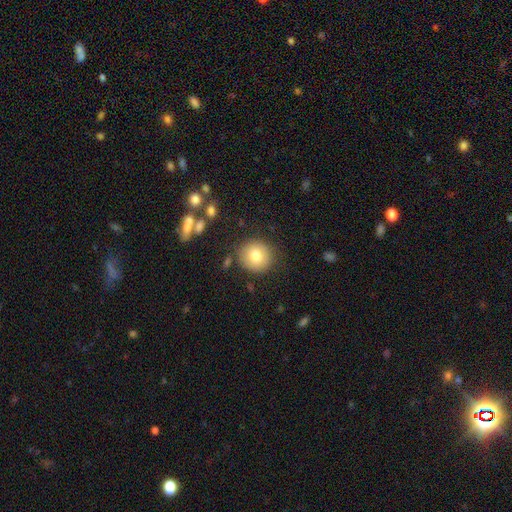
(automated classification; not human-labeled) Smooth or featured?
  - smooth: 78% *
  - featured or disk: 13%
  - star or artifact: 10%
How rounded?
  - round: 89% *
  - in between: 10%
  - cigar-shaped: 1%
Merging?
  - none: 83% *
  - minor disturbance: 10%
  - major disturbance: 3%
  - merger: 3%